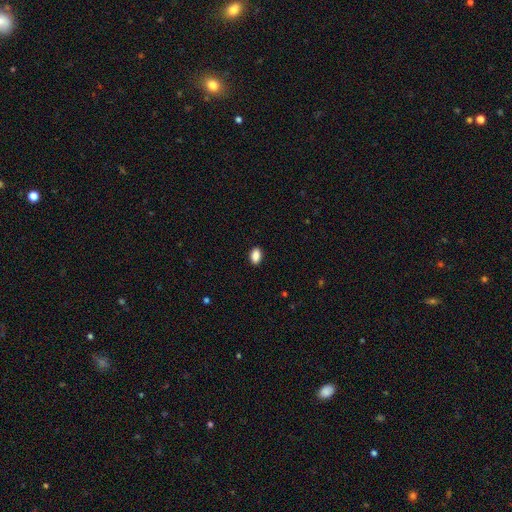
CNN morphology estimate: This is clearly a smooth galaxy (89%). How rounded: clearly in between (89%). Merging: clearly none (90%).